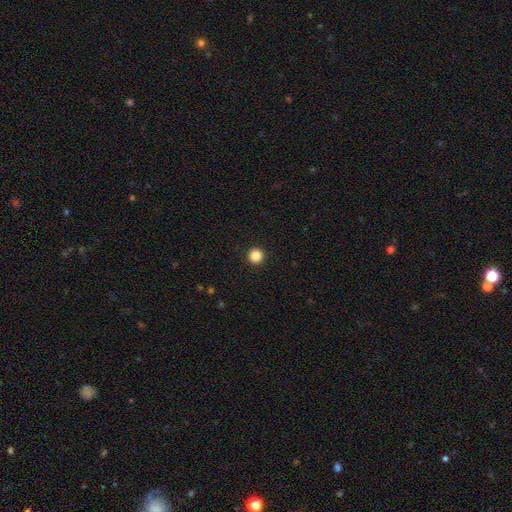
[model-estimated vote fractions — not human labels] Smooth or featured: smooth — 86% (star or artifact — 11%)
How rounded: round — 96% (in between — 3%)
Merging: none — 94% (minor disturbance — 4%)